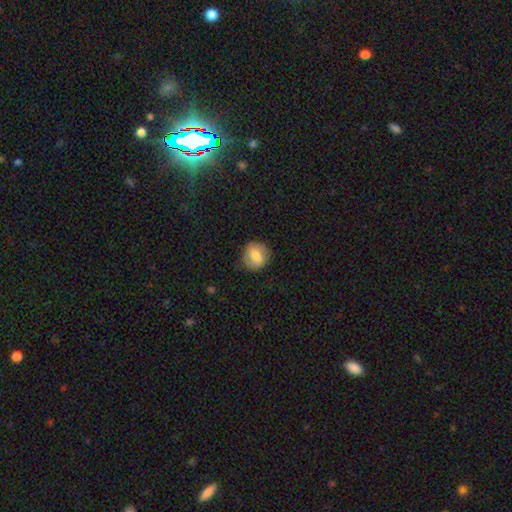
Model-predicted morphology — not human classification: Smooth or featured? smooth (75%)
How rounded? round (83%)
Merging? none (84%)